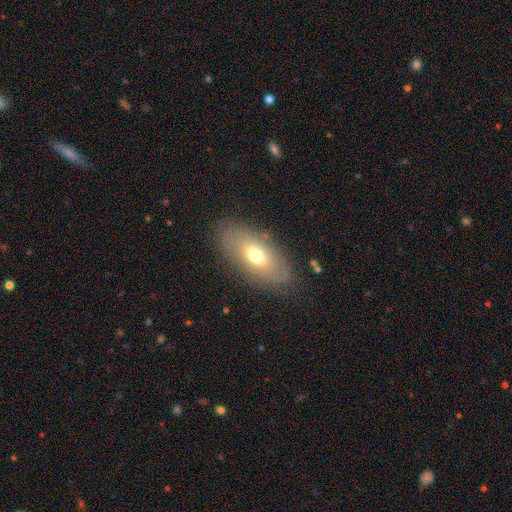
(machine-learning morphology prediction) This is possibly a smooth galaxy (58%). How rounded: clearly in between (87%). Merging: clearly none (82%).